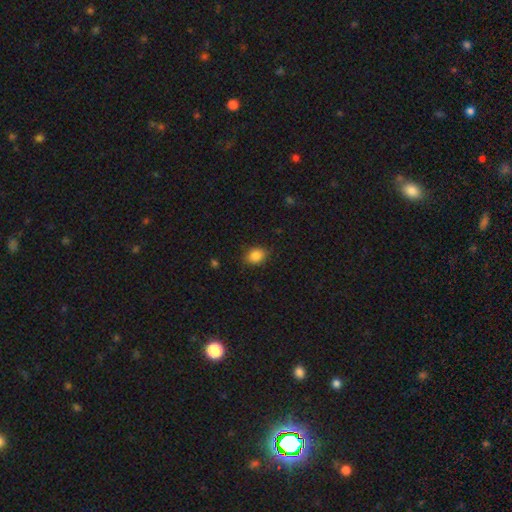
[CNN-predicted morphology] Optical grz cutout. It shows a smooth galaxy with no disk features (86%) that is in between round and cigar-shaped (59%). Merging: none (84%).